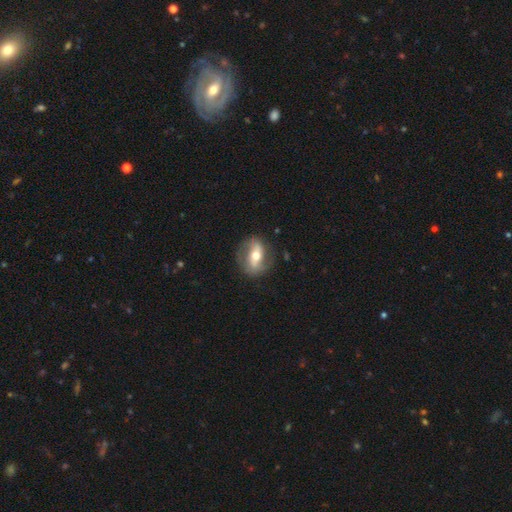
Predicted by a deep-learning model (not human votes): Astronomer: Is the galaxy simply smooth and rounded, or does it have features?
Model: featured or disk — 70%.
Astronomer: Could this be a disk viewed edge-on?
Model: no — 91%.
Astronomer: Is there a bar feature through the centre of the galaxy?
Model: strong — 44% (runner-up: weak, 30%).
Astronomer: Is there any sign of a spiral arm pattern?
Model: yes — 73%.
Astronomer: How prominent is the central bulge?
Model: moderate — 72%.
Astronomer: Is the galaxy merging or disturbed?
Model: none — 77%.